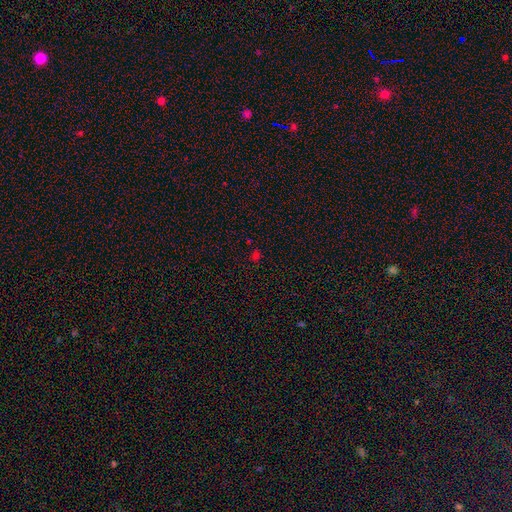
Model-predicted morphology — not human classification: Smooth or featured: smooth — 58% (star or artifact — 37%)
How rounded: round — 74% (in between — 25%)
Merging: none — 80% (minor disturbance — 11%)